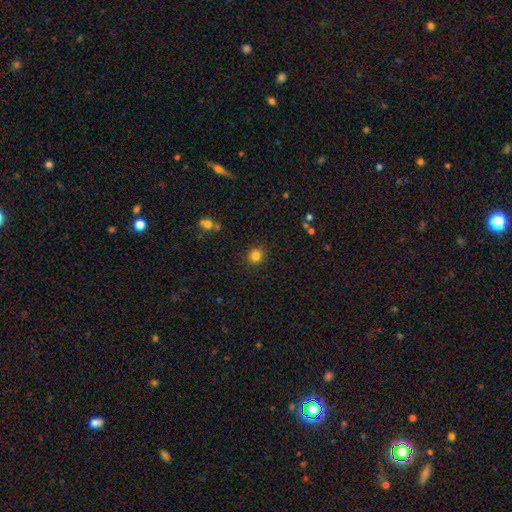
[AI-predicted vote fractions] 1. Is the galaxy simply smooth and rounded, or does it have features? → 83% smooth, 12% star or artifact, 5% featured or disk.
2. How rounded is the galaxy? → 88% round, 11% in between, 1% cigar-shaped.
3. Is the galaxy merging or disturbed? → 89% none, 7% minor disturbance, 2% major disturbance, 1% merger.